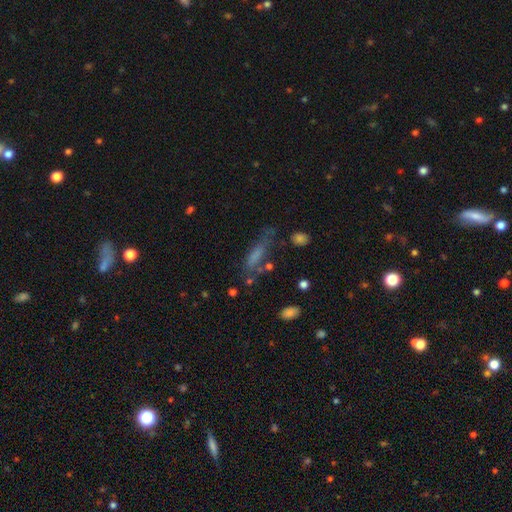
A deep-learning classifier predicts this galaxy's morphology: This appears to be a smooth galaxy with no disk features (59%) that is cigar-shaped (62%). Merging: none (51%).